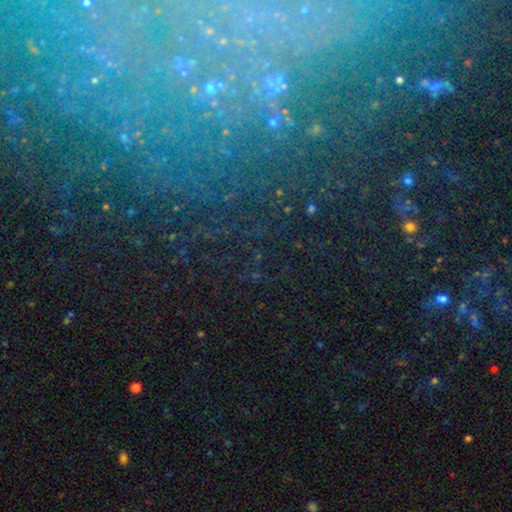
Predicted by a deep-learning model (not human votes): A star or artifact, not a galaxy (50%).